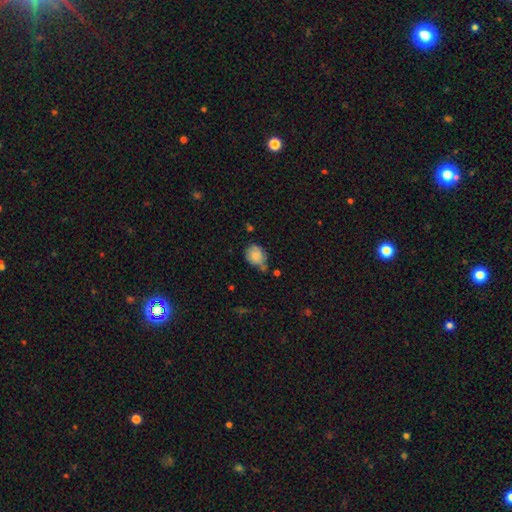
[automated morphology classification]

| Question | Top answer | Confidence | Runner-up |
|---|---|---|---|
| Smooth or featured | smooth | 77% | featured or disk (15%) |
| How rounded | round | 54% | in between (45%) |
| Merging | none | 44% | minor disturbance (35%) |